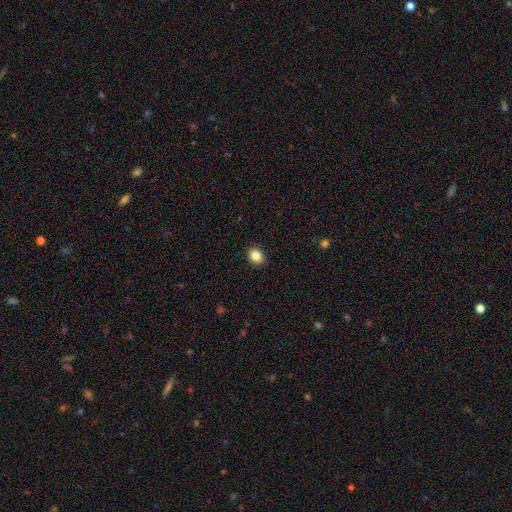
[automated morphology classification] Smooth or featured: smooth — 87% (star or artifact — 9%)
How rounded: round — 55% (in between — 44%)
Merging: none — 91% (minor disturbance — 7%)